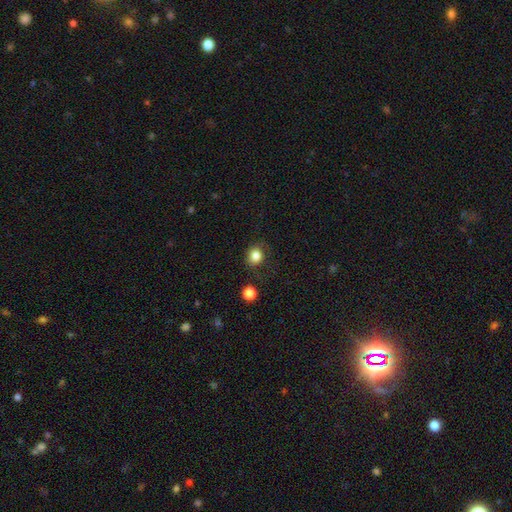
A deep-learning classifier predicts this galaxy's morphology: This appears to be a smooth galaxy with no disk features (83%) that is round (74%). Merging: none (75%).